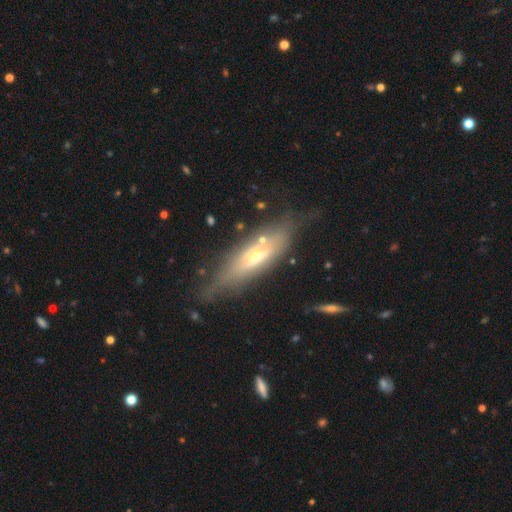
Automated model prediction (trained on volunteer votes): Q: Smooth or featured?
A: featured or disk (58%); runner-up: smooth (33%)
Q: Edge-on disk?
A: yes (70%); runner-up: no (30%)
Q: Merging?
A: none (64%); runner-up: minor disturbance (22%)